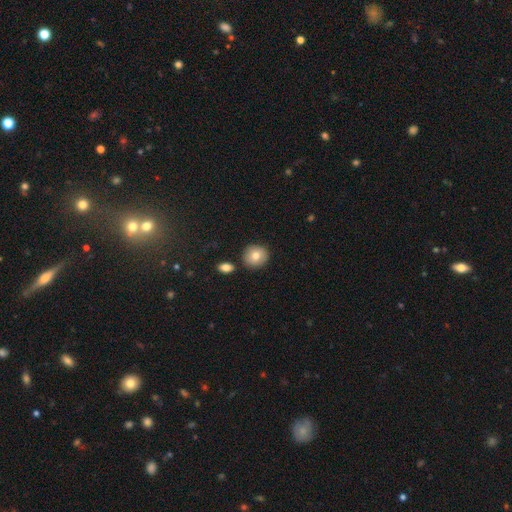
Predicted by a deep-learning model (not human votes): Q: Smooth or featured?
A: smooth (79%); runner-up: featured or disk (13%)
Q: How rounded?
A: round (87%); runner-up: in between (12%)
Q: Merging?
A: none (84%); runner-up: minor disturbance (8%)